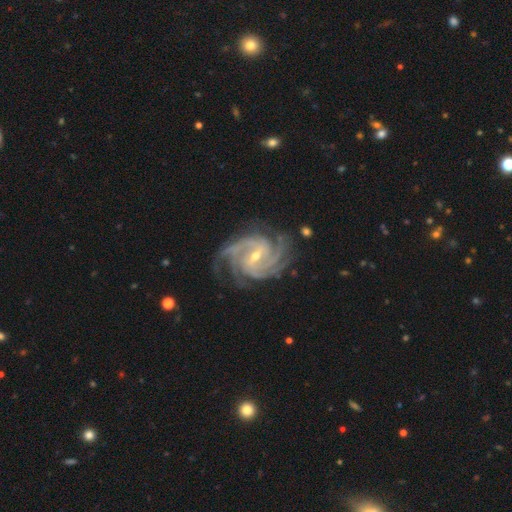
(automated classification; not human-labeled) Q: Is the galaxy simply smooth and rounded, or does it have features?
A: featured or disk — 93%.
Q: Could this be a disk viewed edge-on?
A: no — 98%.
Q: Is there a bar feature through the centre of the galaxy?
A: weak — 47%.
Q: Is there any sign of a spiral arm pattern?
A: yes — 99%.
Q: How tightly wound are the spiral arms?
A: tight — 59%.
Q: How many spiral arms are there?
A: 4 — 34%.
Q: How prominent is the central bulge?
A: small — 63%.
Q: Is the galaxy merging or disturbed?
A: none — 77%.